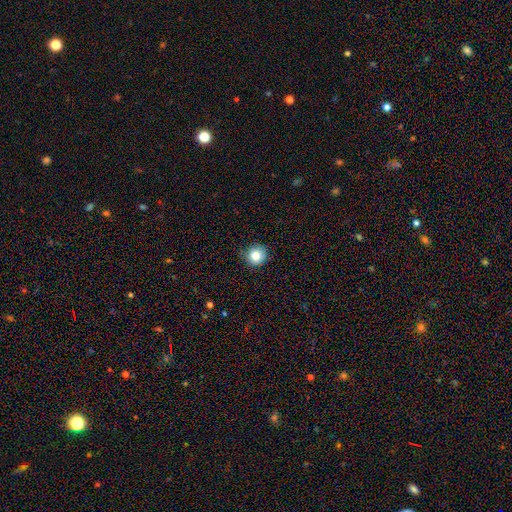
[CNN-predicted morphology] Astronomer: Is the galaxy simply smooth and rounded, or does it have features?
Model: smooth — 82%.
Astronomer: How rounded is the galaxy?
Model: round — 92%.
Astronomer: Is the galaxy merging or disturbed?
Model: none — 85%.